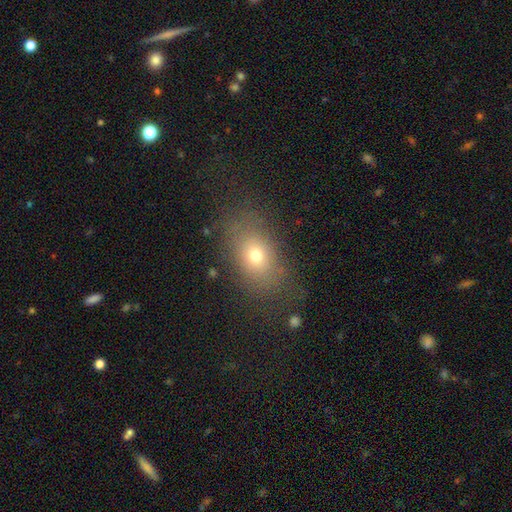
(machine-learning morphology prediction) Smooth or featured: smooth — 69% (featured or disk — 16%)
How rounded: in between — 74% (round — 23%)
Merging: none — 76% (minor disturbance — 14%)